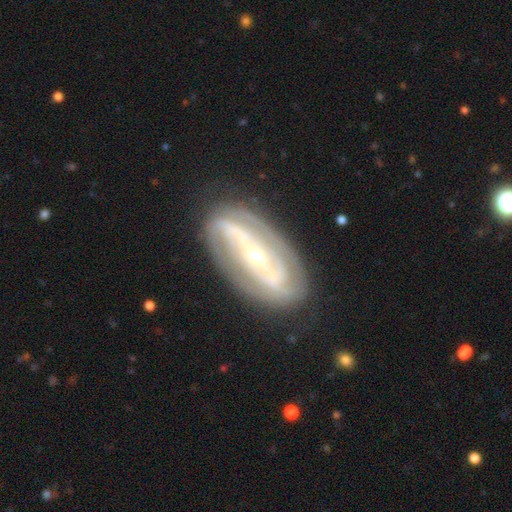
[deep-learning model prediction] Q: Smooth or featured?
A: featured or disk (84%); runner-up: smooth (10%)
Q: Edge-on disk?
A: no (89%); runner-up: yes (11%)
Q: Bar?
A: strong (67%); runner-up: weak (18%)
Q: Spiral arms?
A: yes (84%); runner-up: no (16%)
Q: Spiral winding?
A: tight (52%); runner-up: medium (33%)
Q: Spiral arm count?
A: 2 (66%); runner-up: can't tell (20%)
Q: Bulge size?
A: small (66%); runner-up: moderate (31%)
Q: Merging?
A: none (79%); runner-up: minor disturbance (14%)